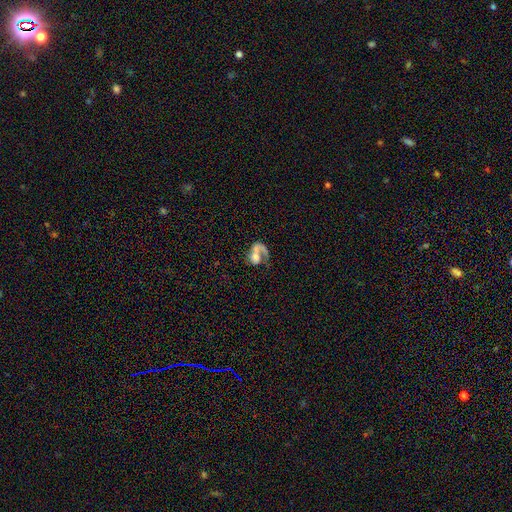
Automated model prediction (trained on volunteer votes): This is likely a featured or disk galaxy (62%). It is clearly not viewed edge-on (97%). Bar: likely no (69%). Spiral arm pattern: likely yes (74%). Central bulge: marginally moderate (39%). Merging: marginally major disturbance (34%).